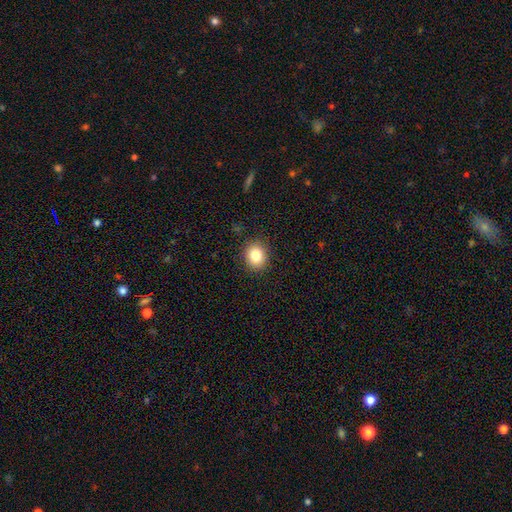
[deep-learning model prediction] Smooth or featured? Predicted: smooth (p=0.83). How rounded? Predicted: round (p=0.73). Merging? Predicted: none (p=0.90).